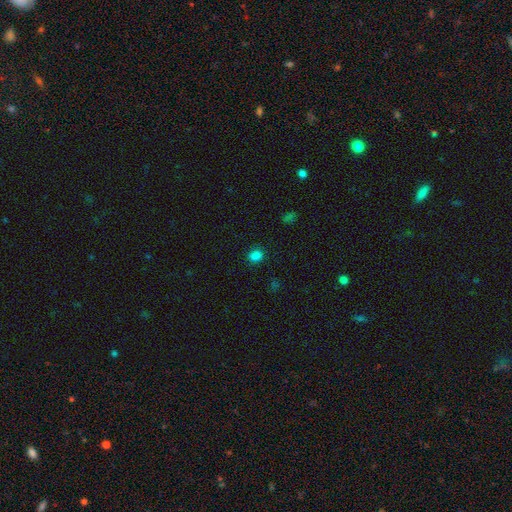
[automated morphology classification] type=smooth (81%); roundness=round (57%); merging=none (86%).